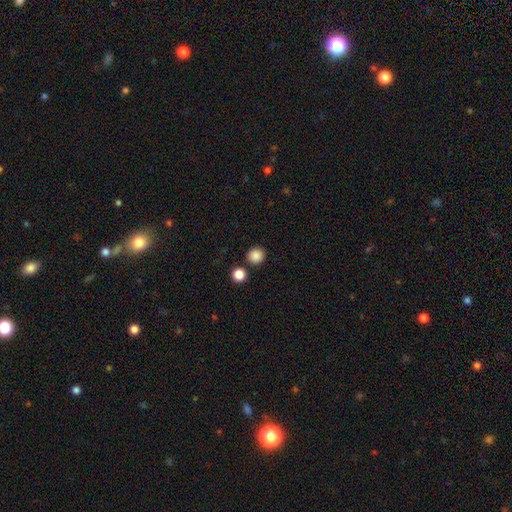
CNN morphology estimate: smooth 87%, star or artifact 10%, featured or disk 3%. Down the decision tree: how rounded — round (90%); merging — none (86%).